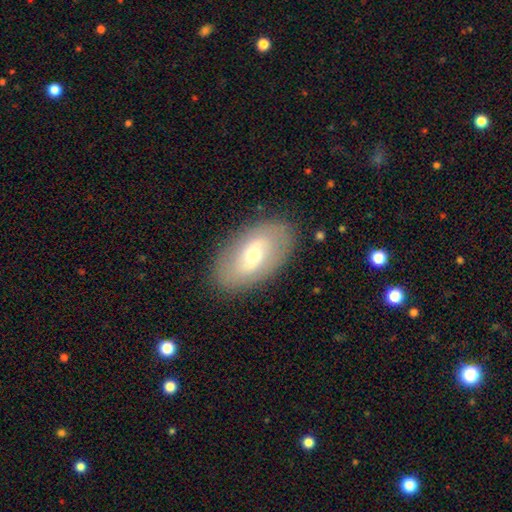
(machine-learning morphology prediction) type=featured or disk (51%); edge-on=no (90%); merging=none (86%).